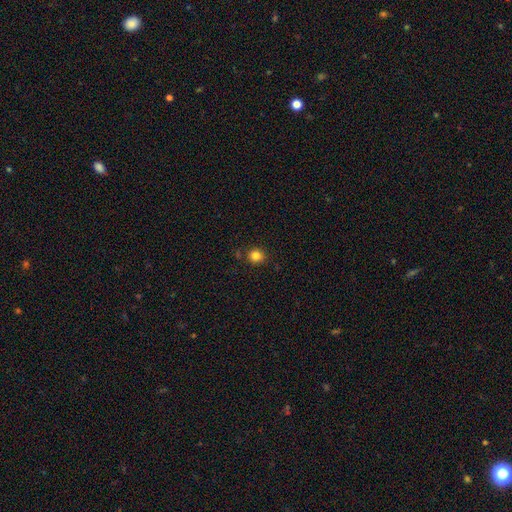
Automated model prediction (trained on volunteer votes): Morphology: type=smooth (83%); roundness=round (84%); merging=none (86%).